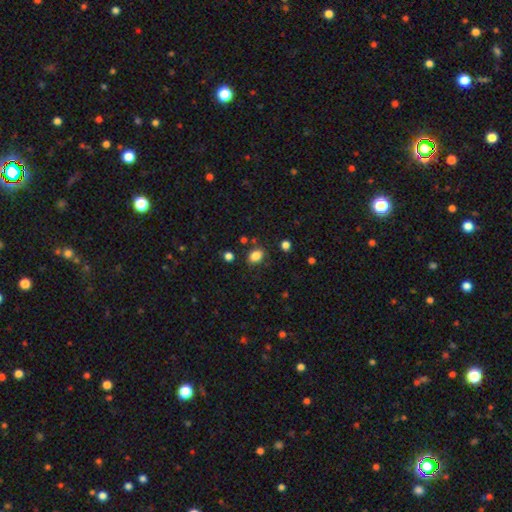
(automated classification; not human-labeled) A smooth galaxy with no disk features (84%) that is in between round and cigar-shaped (73%). Merging: none (80%).